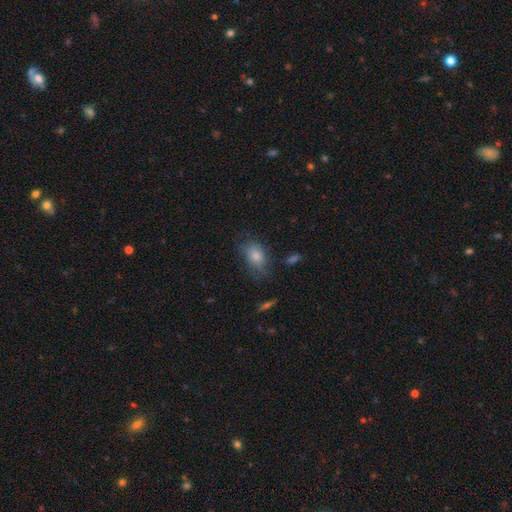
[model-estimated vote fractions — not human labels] smooth-or-featured: smooth: 71% | featured or disk: 16% | star or artifact: 12%
  how-rounded: in between: 82% | round: 16% | cigar-shaped: 2%
  merging: none: 64% | minor disturbance: 24% | major disturbance: 10% | merger: 2%